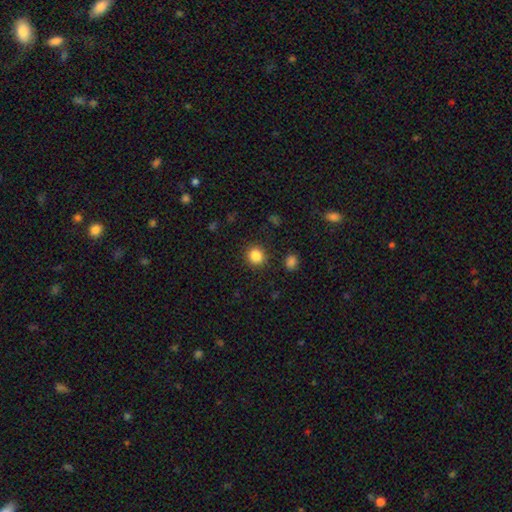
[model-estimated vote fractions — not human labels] Smooth or featured? smooth (85%)
How rounded? round (90%)
Merging? none (90%)